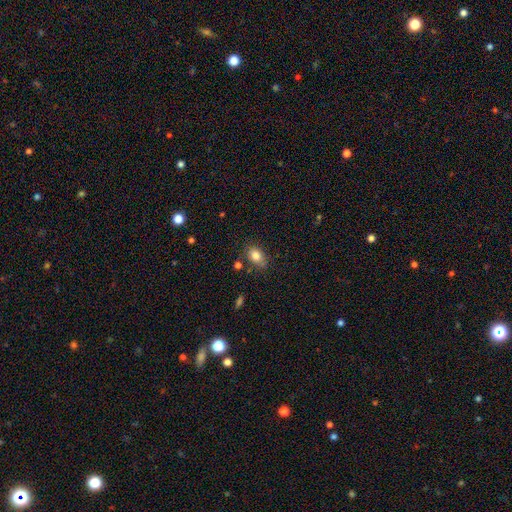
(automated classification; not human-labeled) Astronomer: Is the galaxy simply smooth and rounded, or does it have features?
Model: smooth — 82%.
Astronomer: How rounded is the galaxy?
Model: in between — 80%.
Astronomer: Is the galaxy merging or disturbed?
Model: none — 75%.